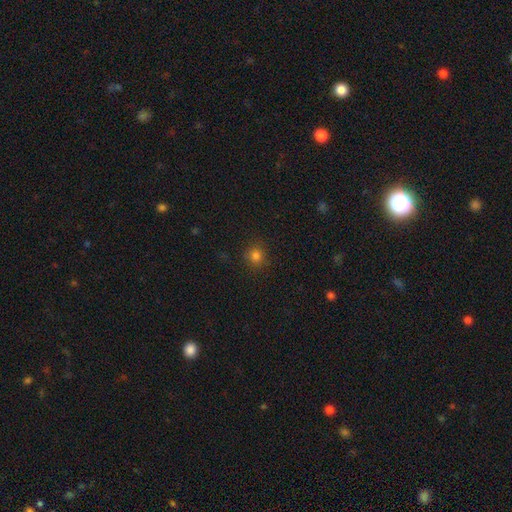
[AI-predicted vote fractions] smooth 78%, star or artifact 17%, featured or disk 5%. Down the decision tree: how rounded — round (90%); merging — none (87%).